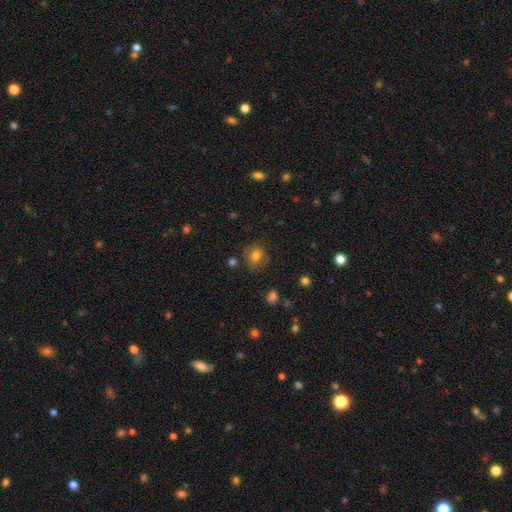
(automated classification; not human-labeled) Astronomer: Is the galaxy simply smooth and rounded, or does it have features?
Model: smooth — 75%.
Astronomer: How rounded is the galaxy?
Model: round — 70%.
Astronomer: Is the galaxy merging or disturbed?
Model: none — 75%.